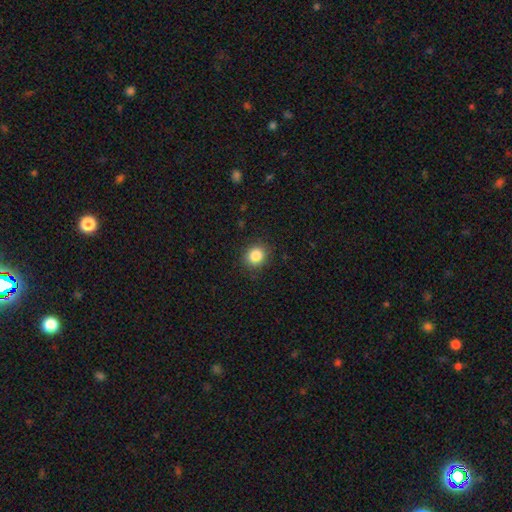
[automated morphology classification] A smooth galaxy with no disk features (85%) that is round (76%).

Vote fractions:
- Smooth or featured? smooth: 85% / star or artifact: 10% / featured or disk: 5%
- How rounded? round: 76% / in between: 23% / cigar-shaped: 1%
- Merging? none: 88% / minor disturbance: 8% / major disturbance: 2% / merger: 1%